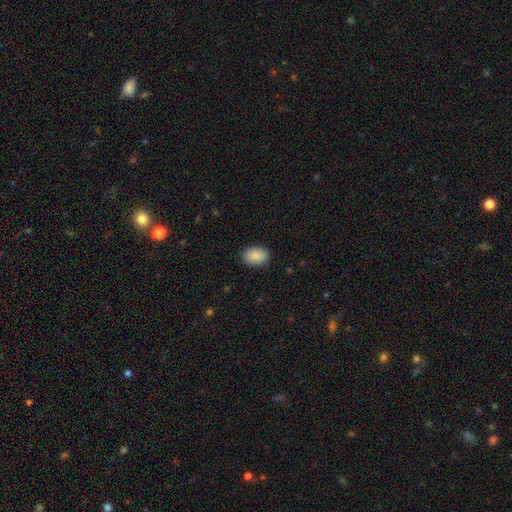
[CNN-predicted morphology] A smooth galaxy with no disk features (89%) that is in between round and cigar-shaped (85%).

Vote fractions:
- Smooth or featured? smooth: 89% / star or artifact: 7% / featured or disk: 4%
- How rounded? in between: 85% / round: 14% / cigar-shaped: 1%
- Merging? none: 88% / minor disturbance: 9% / major disturbance: 2% / merger: 1%